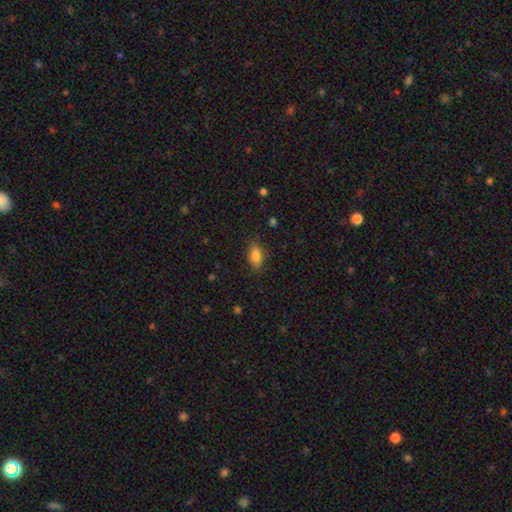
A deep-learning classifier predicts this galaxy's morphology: Smooth or featured?
  - smooth: 84% *
  - star or artifact: 8%
  - featured or disk: 8%
How rounded?
  - in between: 88% *
  - round: 7%
  - cigar-shaped: 5%
Merging?
  - none: 82% *
  - minor disturbance: 14%
  - major disturbance: 3%
  - merger: 1%